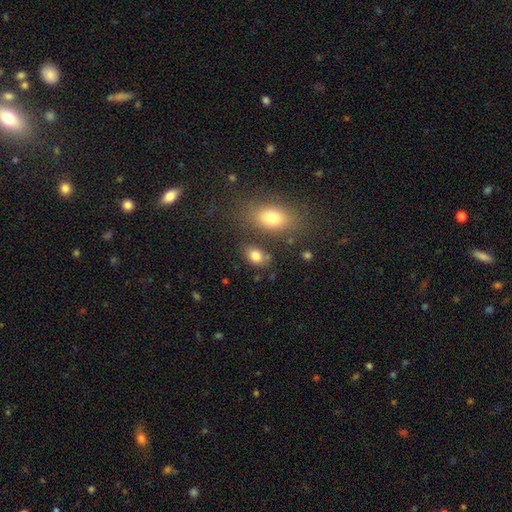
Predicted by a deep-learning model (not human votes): smooth 81%, star or artifact 10%, featured or disk 8%. Down the decision tree: how rounded — in between (80%); merging — none (72%).